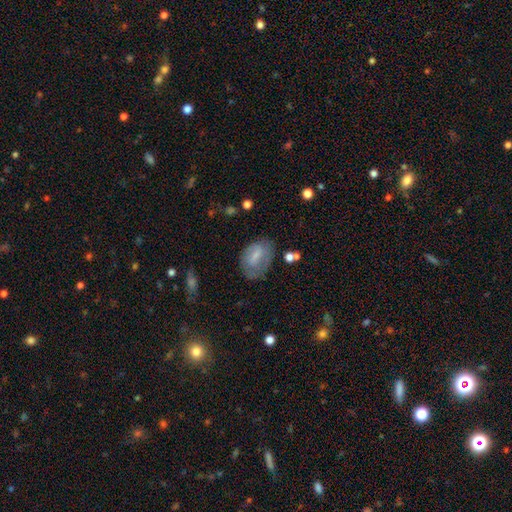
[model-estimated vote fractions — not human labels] This appears to be a smooth galaxy with no disk features (62%) that is in between round and cigar-shaped (85%). Merging: none (56%).